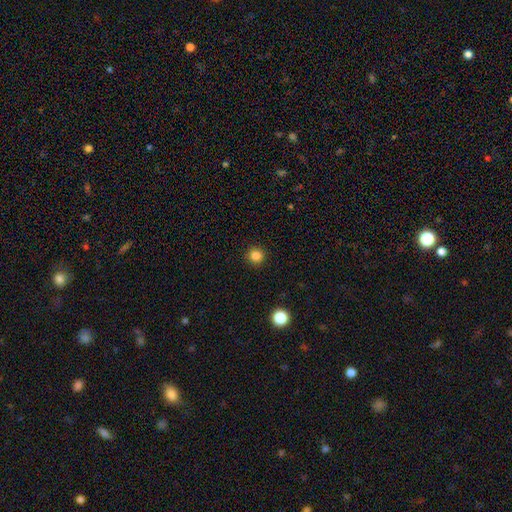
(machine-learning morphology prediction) This is clearly a smooth galaxy (83%). How rounded: clearly round (94%). Merging: clearly none (92%).